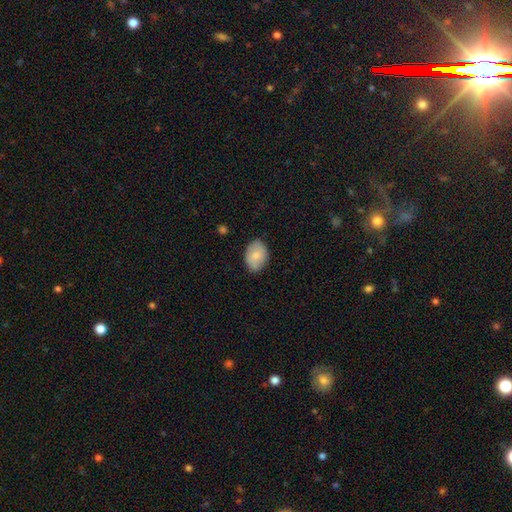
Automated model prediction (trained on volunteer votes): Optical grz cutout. It shows a smooth galaxy with no disk features (79%) that is in between round and cigar-shaped (74%). Merging: none (80%).